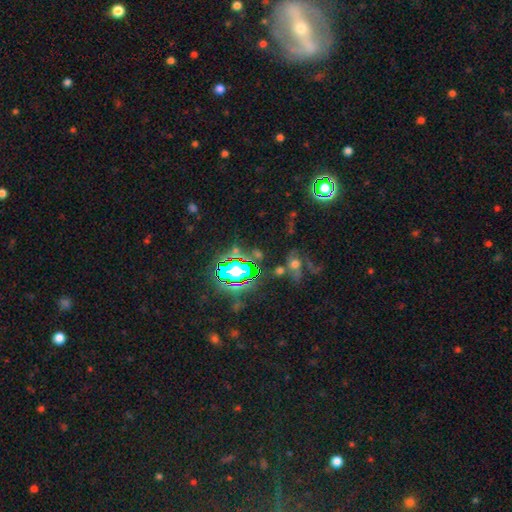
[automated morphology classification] Overall: star or artifact (72%).